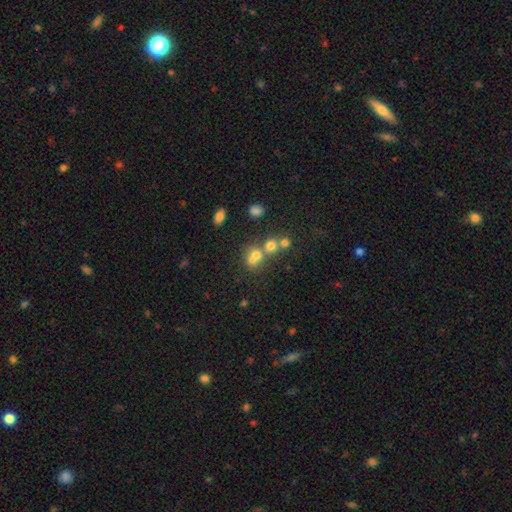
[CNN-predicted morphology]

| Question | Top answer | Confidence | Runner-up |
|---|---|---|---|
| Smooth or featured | smooth | 61% | star or artifact (20%) |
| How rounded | round | 74% | in between (25%) |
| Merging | merger | 54% | none (35%) |